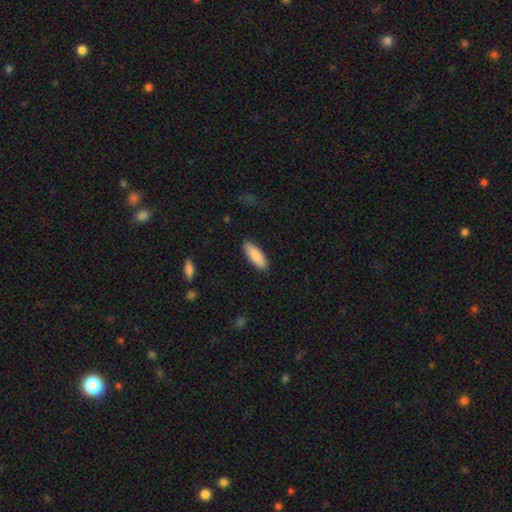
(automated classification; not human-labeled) smooth-or-featured: smooth: 88% | featured or disk: 7% | star or artifact: 6%
  how-rounded: in between: 61% | cigar-shaped: 38% | round: 2%
  merging: none: 88% | minor disturbance: 9% | major disturbance: 2% | merger: 1%